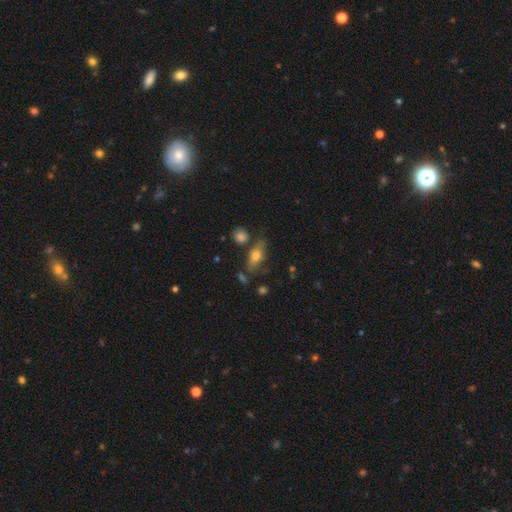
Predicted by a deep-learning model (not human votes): smooth 61%, featured or disk 29%, star or artifact 10%. Down the decision tree: how rounded — in between (69%); merging — none (65%).